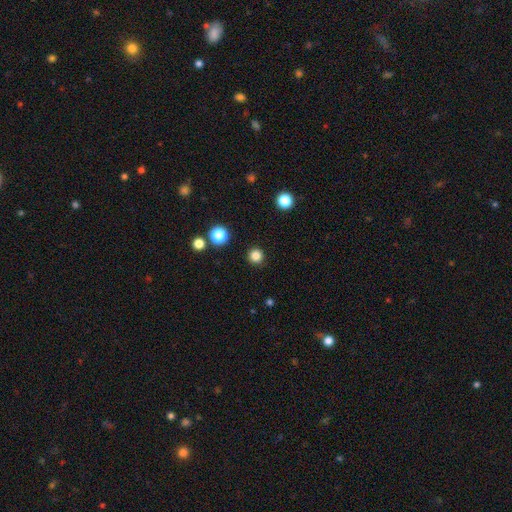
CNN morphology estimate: A smooth galaxy with no disk features (83%) that is round (96%). Merging: none (92%).